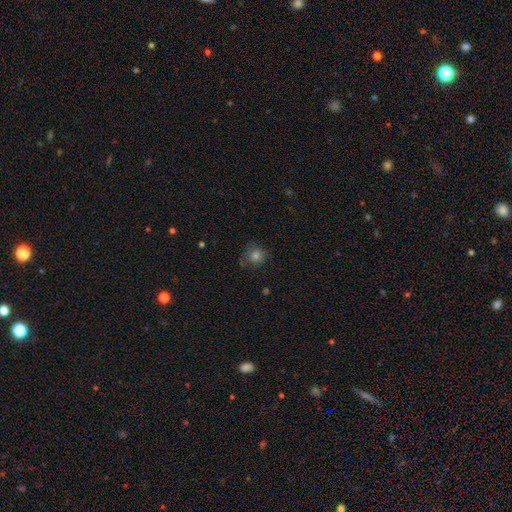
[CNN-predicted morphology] Overall: smooth (77%). How rounded: round (86%). Merging: none (74%).